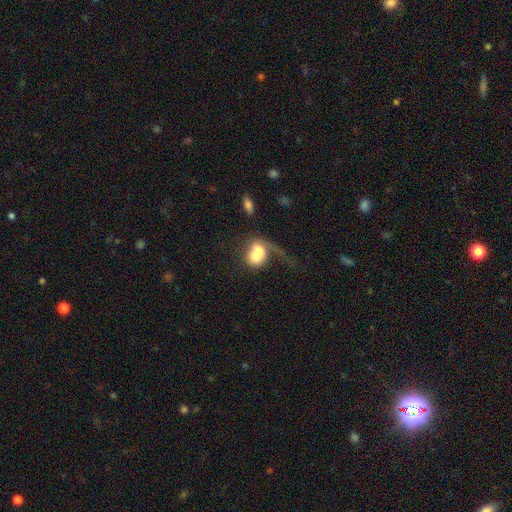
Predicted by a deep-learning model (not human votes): This is likely a smooth galaxy (60%). How rounded: possibly round (57%). Merging: possibly merger (59%).